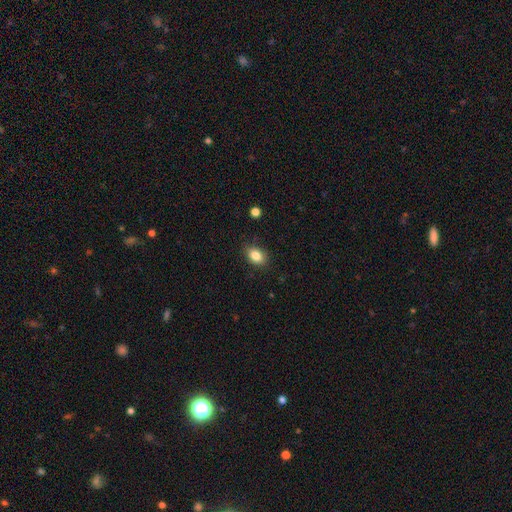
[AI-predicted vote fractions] This appears to be a smooth galaxy with no disk features (84%) that is in between round and cigar-shaped (75%). Merging: none (83%).